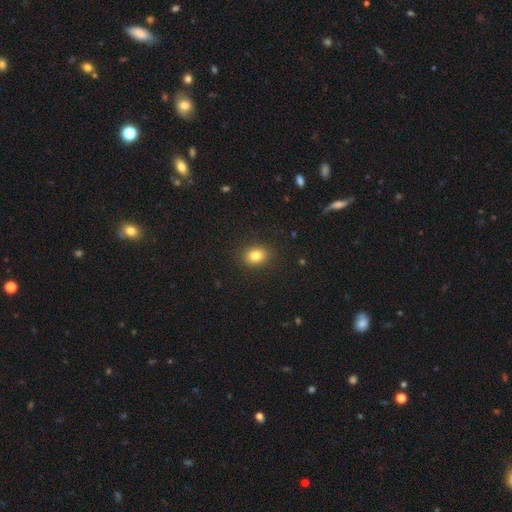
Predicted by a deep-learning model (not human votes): Q: Smooth or featured?
A: smooth (82%); runner-up: star or artifact (11%)
Q: How rounded?
A: in between (56%); runner-up: round (43%)
Q: Merging?
A: none (89%); runner-up: minor disturbance (8%)